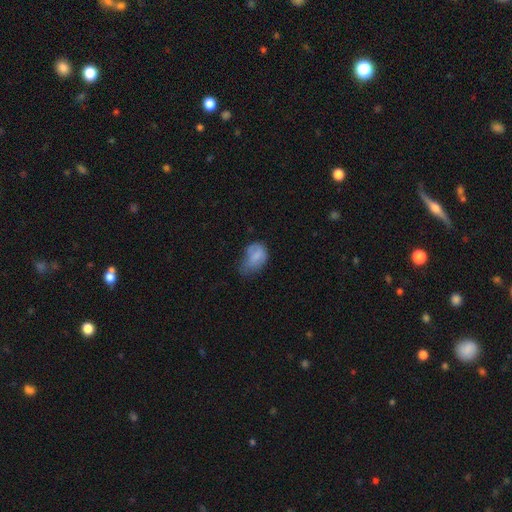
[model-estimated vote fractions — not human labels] This appears to be a smooth galaxy with no disk features (73%) that is in between round and cigar-shaped (81%). Merging: minor disturbance (41%).